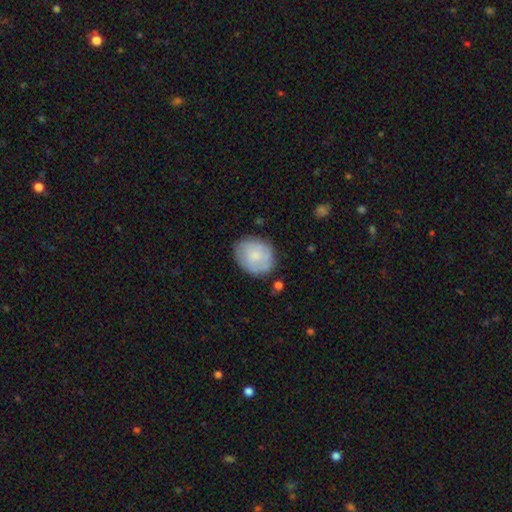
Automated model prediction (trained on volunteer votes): This appears to be a smooth galaxy with no disk features (66%) that is round (62%). Merging: none (72%).